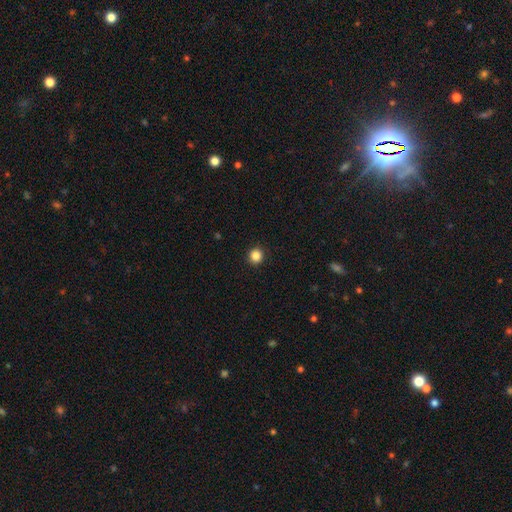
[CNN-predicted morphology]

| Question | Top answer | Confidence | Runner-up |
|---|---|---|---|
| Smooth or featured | smooth | 86% | star or artifact (11%) |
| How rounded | round | 94% | in between (5%) |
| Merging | none | 93% | minor disturbance (5%) |